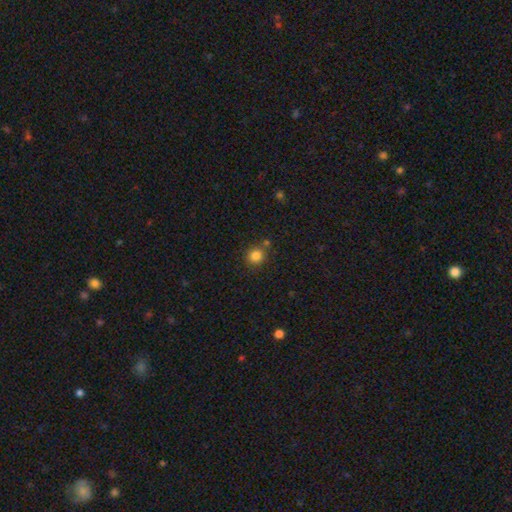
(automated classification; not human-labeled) smooth 84%, star or artifact 12%, featured or disk 5%. Down the decision tree: how rounded — round (88%); merging — none (79%).